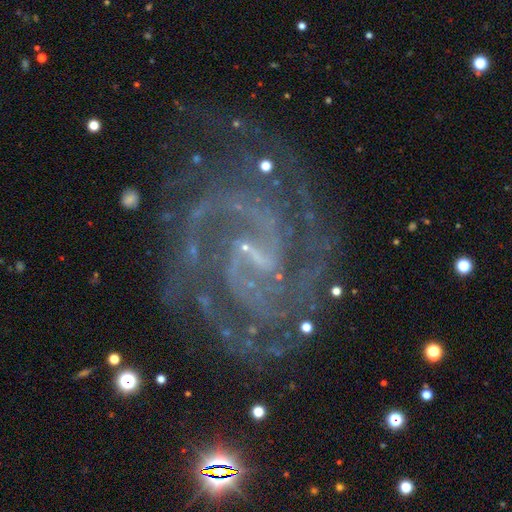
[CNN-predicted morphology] Overall: featured or disk (84%). Edge-on disk: no (97%). Bar: no (41%; weak 39%). Spiral arms: yes (98%). Spiral arm count: 2 (40%; 3 16%). Spiral winding: tight (70%). Bulge size: small (76%). Merging: none (80%).